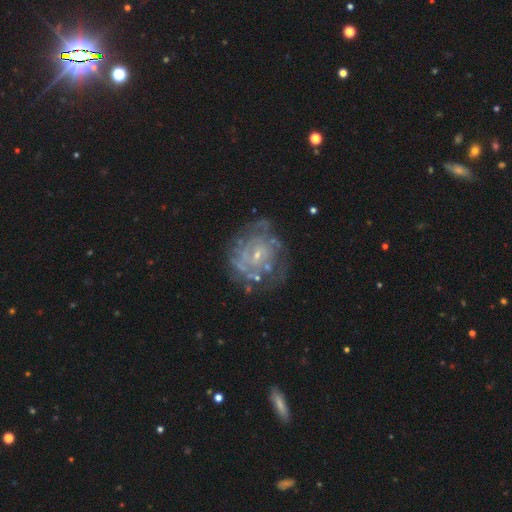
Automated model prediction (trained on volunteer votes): This is likely a featured or disk galaxy (77%). It is clearly not viewed edge-on (98%). Bar: likely no (69%). Spiral arm pattern: likely yes (67%). Spiral arm count: possibly can't tell (58%). Spiral winding: likely tight (61%). Central bulge: likely small (76%). Merging: likely none (60%).